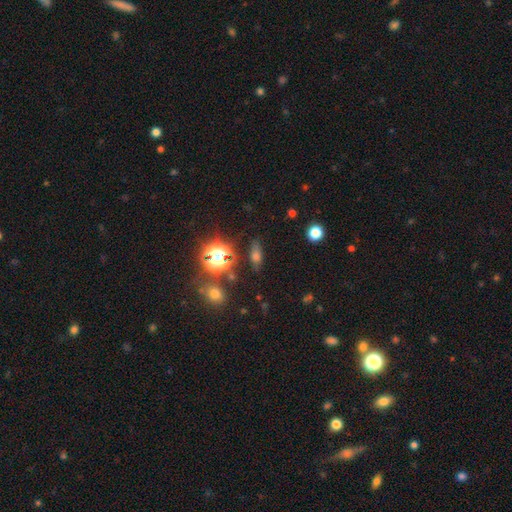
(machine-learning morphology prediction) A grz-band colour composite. It shows a smooth galaxy with no disk features (51%) that is in between round and cigar-shaped (53%). Merging: none (80%).